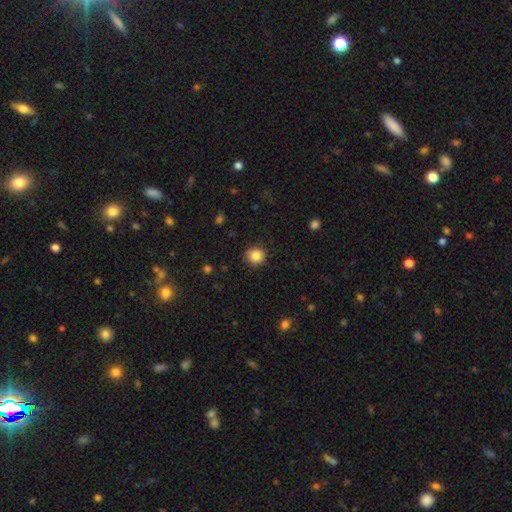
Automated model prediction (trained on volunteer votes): This appears to be a smooth galaxy with no disk features (87%) that is round (88%). Merging: none (88%).